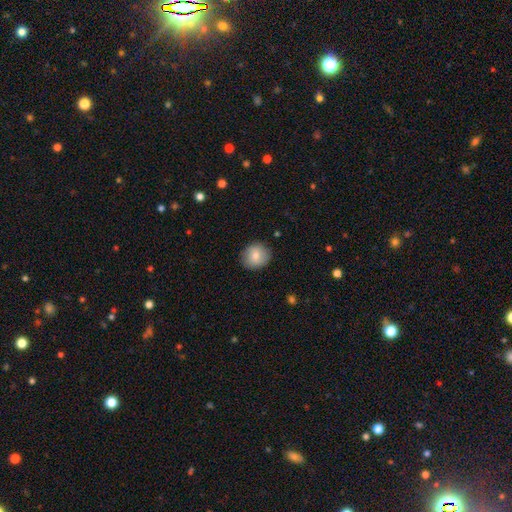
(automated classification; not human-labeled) Overall: smooth (78%). How rounded: round (85%). Merging: none (86%).